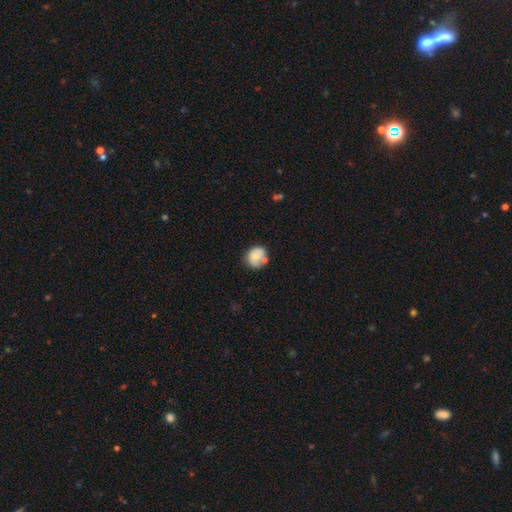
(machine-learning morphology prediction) Smooth or featured?
  - smooth: 68% *
  - featured or disk: 24%
  - star or artifact: 8%
How rounded?
  - round: 67% *
  - in between: 32%
  - cigar-shaped: 1%
Merging?
  - none: 48% *
  - minor disturbance: 23%
  - merger: 21%
  - major disturbance: 8%